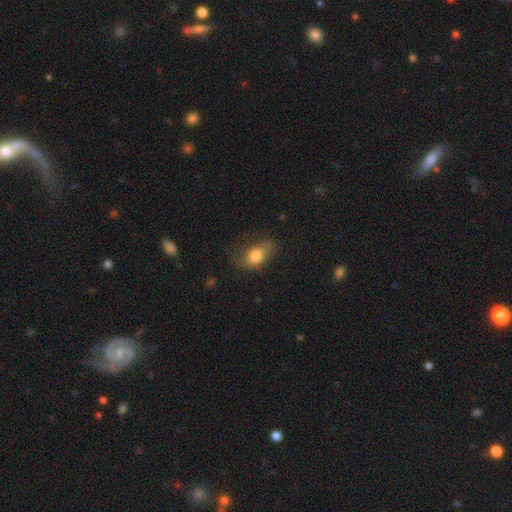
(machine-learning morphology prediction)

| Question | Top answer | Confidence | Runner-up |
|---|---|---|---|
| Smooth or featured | smooth | 78% | featured or disk (13%) |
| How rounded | in between | 81% | round (17%) |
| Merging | none | 53% | minor disturbance (30%) |